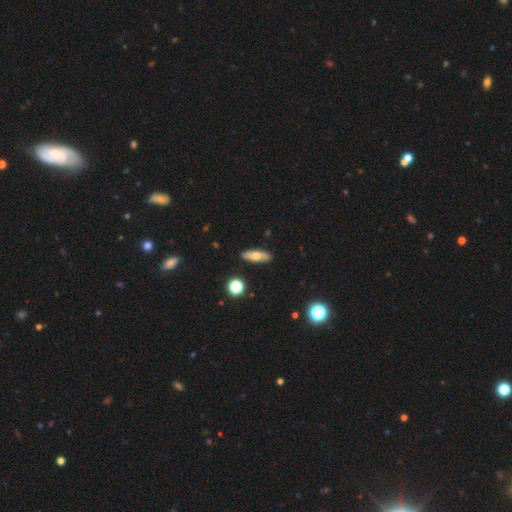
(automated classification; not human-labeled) A smooth galaxy with no disk features (61%) that is in between round and cigar-shaped (51%).

Vote fractions:
- Smooth or featured? smooth: 61% / featured or disk: 31% / star or artifact: 8%
- How rounded? in between: 51% / cigar-shaped: 45% / round: 4%
- Merging? none: 88% / minor disturbance: 9% / major disturbance: 2% / merger: 2%